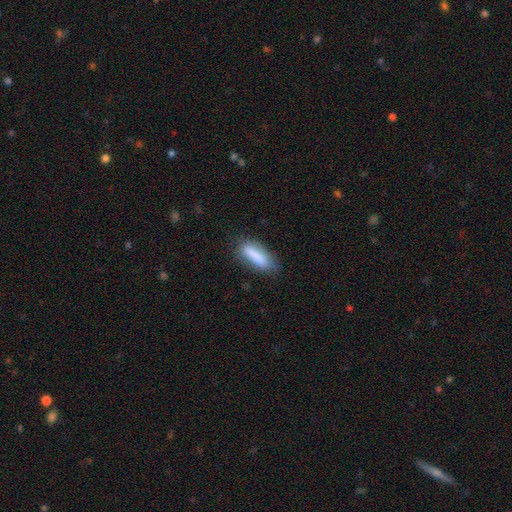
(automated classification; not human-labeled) Smooth or featured? smooth (81%)
How rounded? cigar-shaped (55%)
Merging? none (70%)